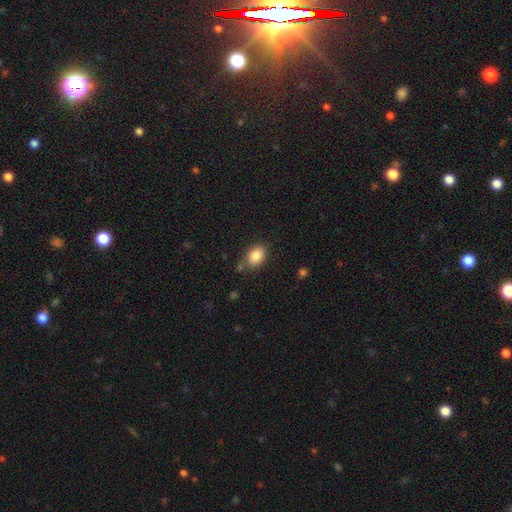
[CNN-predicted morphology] This appears to be a smooth galaxy with no disk features (86%) that is in between round and cigar-shaped (80%). Merging: none (74%).